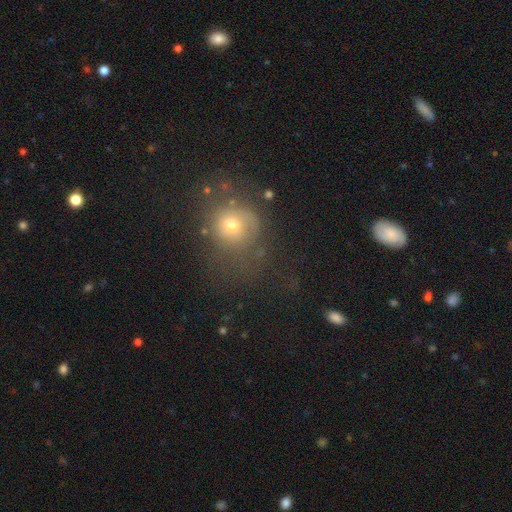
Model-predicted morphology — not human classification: The model was most divided on "smooth or featured": smooth: 53%, star or artifact: 29%, featured or disk: 18%. More confident: how rounded — round (74%); merging — none (71%).